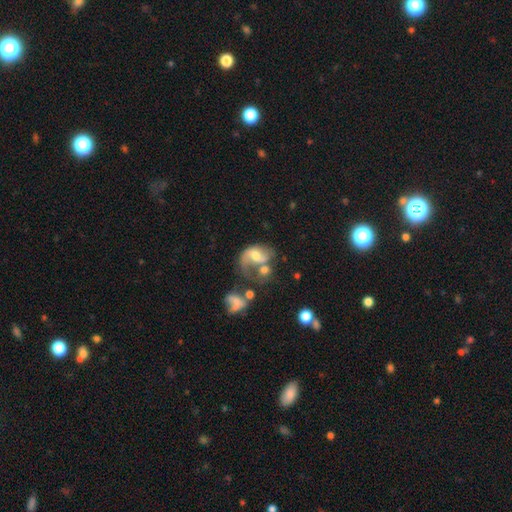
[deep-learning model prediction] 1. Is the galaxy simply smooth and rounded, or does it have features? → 57% featured or disk, 32% smooth, 11% star or artifact.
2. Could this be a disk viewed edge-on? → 97% no, 3% yes.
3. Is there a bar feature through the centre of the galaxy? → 51% no, 37% weak, 12% strong.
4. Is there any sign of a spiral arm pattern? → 70% yes, 30% no.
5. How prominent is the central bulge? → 53% moderate, 25% small, 10% large, 9% none, 2% dominant.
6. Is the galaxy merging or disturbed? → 44% merger, 24% major disturbance, 19% none, 13% minor disturbance.